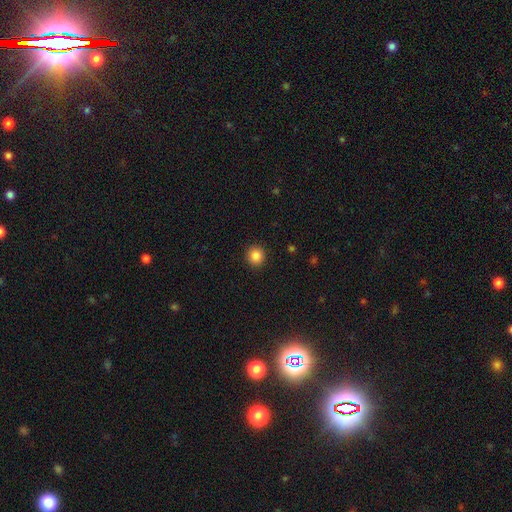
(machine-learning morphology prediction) This is clearly a smooth galaxy (86%). How rounded: clearly round (92%). Merging: clearly none (92%).